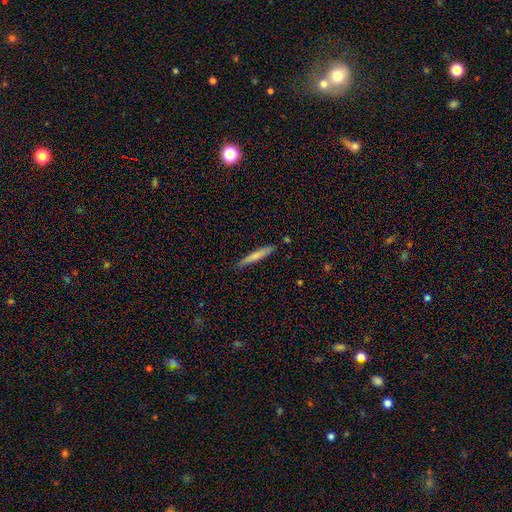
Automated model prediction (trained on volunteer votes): smooth_or_featured: smooth (p=0.70) [alt: featured or disk p=0.24]
how_rounded: cigar-shaped (p=0.94) [alt: in between p=0.05]
merging: none (p=0.84) [alt: minor disturbance p=0.12]